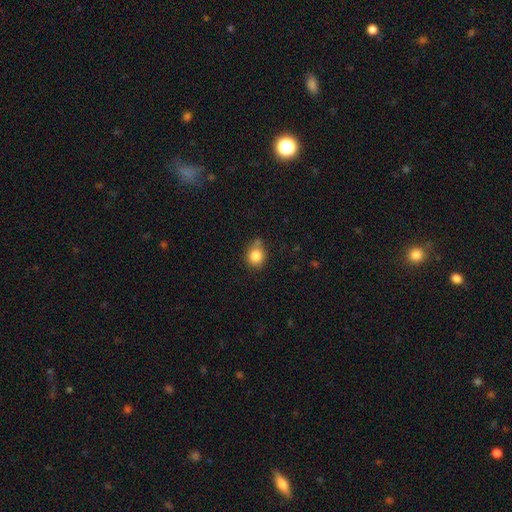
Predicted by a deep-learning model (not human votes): A smooth galaxy with no disk features (85%) that is round (76%). Merging: none (63%).